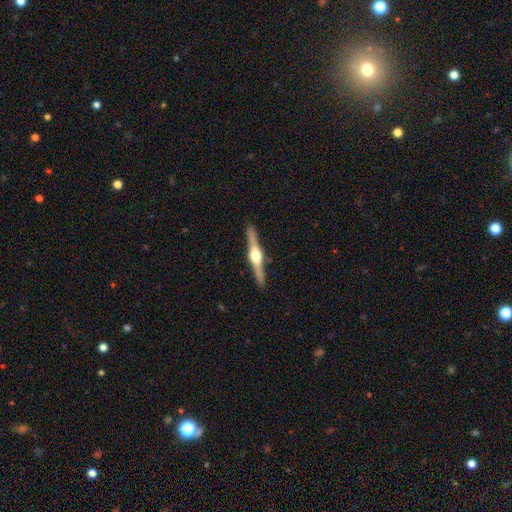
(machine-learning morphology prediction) featured or disk 80%, smooth 15%, star or artifact 5%. Down the decision tree: edge-on disk — yes (98%); edge-on bulge — rounded (94%); merging — none (91%).